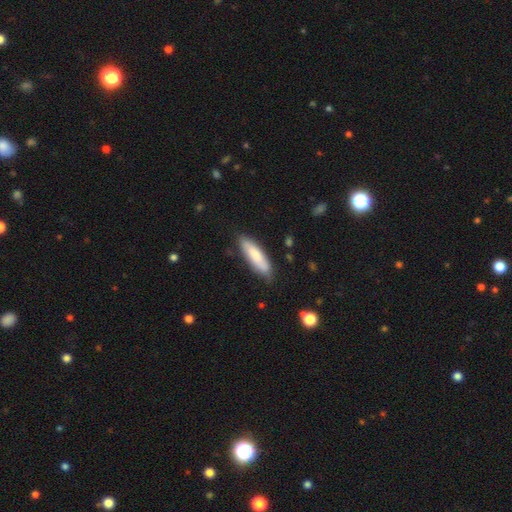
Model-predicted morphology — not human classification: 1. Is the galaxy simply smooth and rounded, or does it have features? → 76% smooth, 18% featured or disk, 5% star or artifact.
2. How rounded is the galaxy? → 61% cigar-shaped, 38% in between, 1% round.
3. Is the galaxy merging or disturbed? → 80% none, 16% minor disturbance, 3% major disturbance, 2% merger.